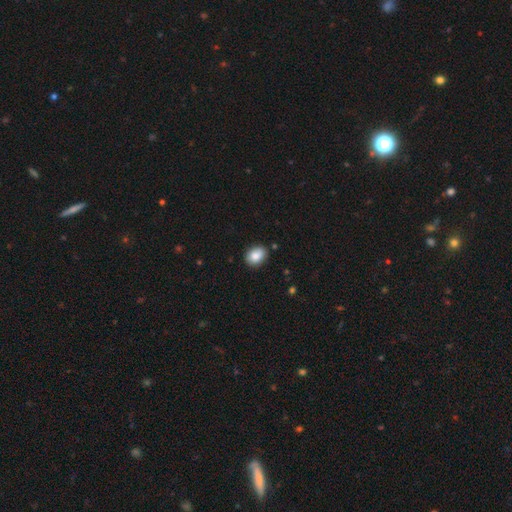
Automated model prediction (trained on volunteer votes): This appears to be a smooth galaxy with no disk features (86%) that is in between round and cigar-shaped (68%). Merging: none (85%).